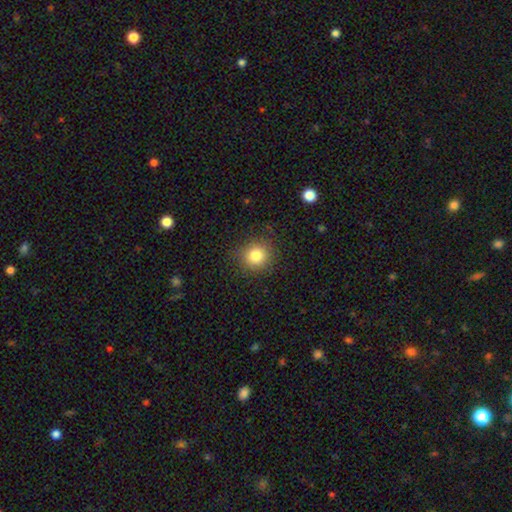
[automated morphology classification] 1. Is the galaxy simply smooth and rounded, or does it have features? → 82% smooth, 12% star or artifact, 7% featured or disk.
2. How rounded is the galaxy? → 89% round, 10% in between, 1% cigar-shaped.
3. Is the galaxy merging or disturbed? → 87% none, 9% minor disturbance, 3% major disturbance, 1% merger.